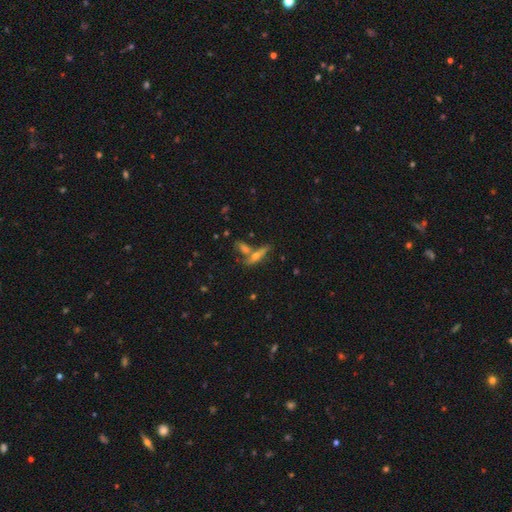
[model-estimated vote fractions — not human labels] featured or disk 55%, smooth 34%, star or artifact 11%. Down the decision tree: edge-on disk — yes (88%); merging — none (55%).